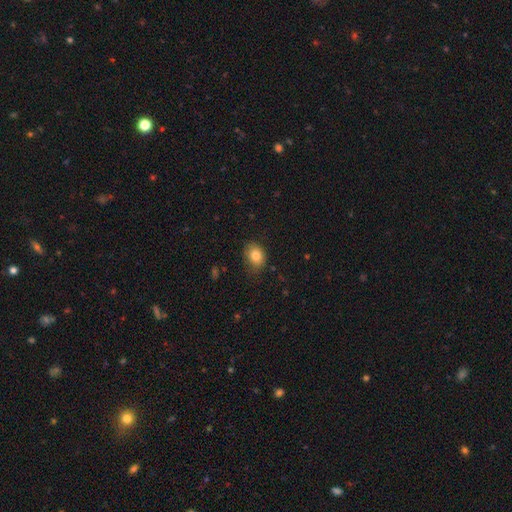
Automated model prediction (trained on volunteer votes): A smooth galaxy with no disk features (82%) that is in between round and cigar-shaped (57%).

Vote fractions:
- Smooth or featured? smooth: 82% / star or artifact: 10% / featured or disk: 8%
- How rounded? in between: 57% / round: 42% / cigar-shaped: 1%
- Merging? none: 73% / minor disturbance: 21% / major disturbance: 4% / merger: 1%